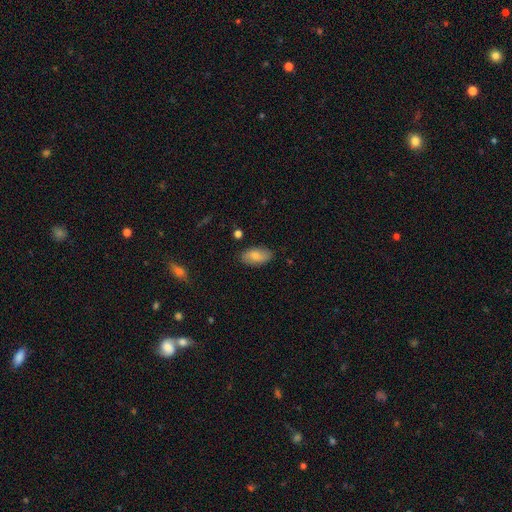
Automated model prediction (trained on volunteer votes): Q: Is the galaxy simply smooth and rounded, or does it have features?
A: smooth — 76%.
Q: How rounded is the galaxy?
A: in between — 93%.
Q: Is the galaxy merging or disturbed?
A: none — 84%.